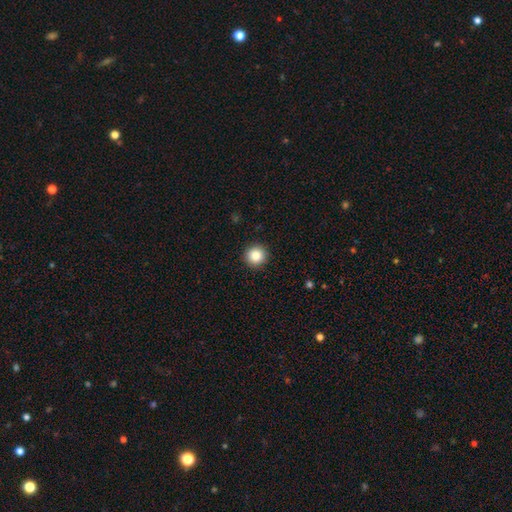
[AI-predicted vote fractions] This appears to be a smooth galaxy with no disk features (85%) that is round (95%). Merging: none (92%).